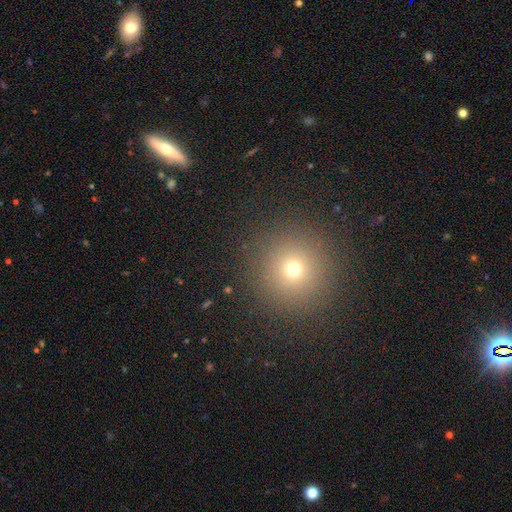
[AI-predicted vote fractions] A smooth galaxy with no disk features (61%) that is round (96%). Merging: none (92%).